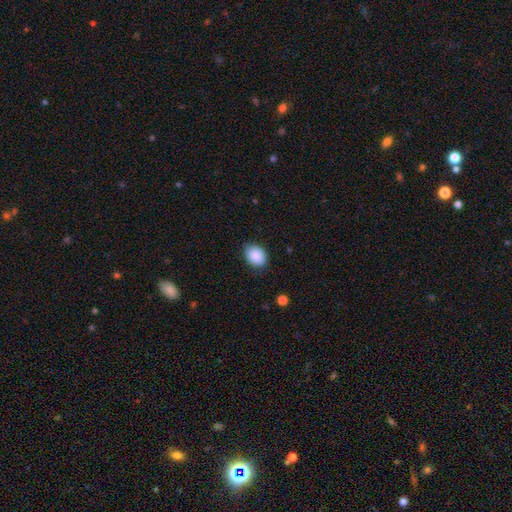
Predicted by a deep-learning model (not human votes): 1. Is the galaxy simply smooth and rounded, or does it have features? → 89% smooth, 7% star or artifact, 4% featured or disk.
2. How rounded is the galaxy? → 61% in between, 38% round, 1% cigar-shaped.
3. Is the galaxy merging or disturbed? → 82% none, 14% minor disturbance, 3% major disturbance, 1% merger.